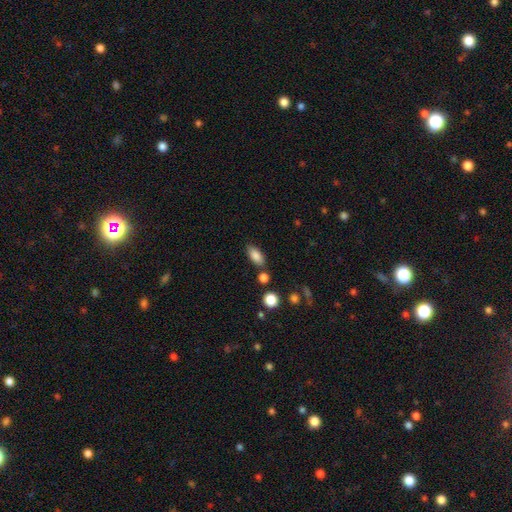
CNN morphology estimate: A smooth galaxy with no disk features (84%) that is in between round and cigar-shaped (87%).

Vote fractions:
- Smooth or featured? smooth: 84% / star or artifact: 8% / featured or disk: 8%
- How rounded? in between: 87% / cigar-shaped: 9% / round: 4%
- Merging? none: 77% / minor disturbance: 12% / merger: 7% / major disturbance: 3%